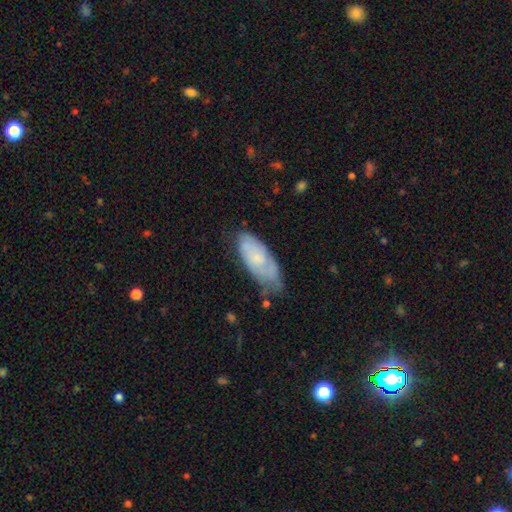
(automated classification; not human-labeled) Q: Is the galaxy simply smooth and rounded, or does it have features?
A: smooth — 56%.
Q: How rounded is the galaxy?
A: in between — 81%.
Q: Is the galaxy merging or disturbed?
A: none — 48%.